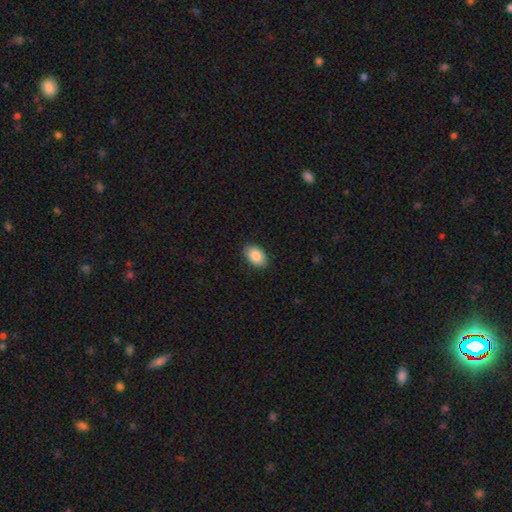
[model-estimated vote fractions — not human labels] This is clearly a smooth galaxy (88%). How rounded: clearly in between (90%). Merging: clearly none (88%).